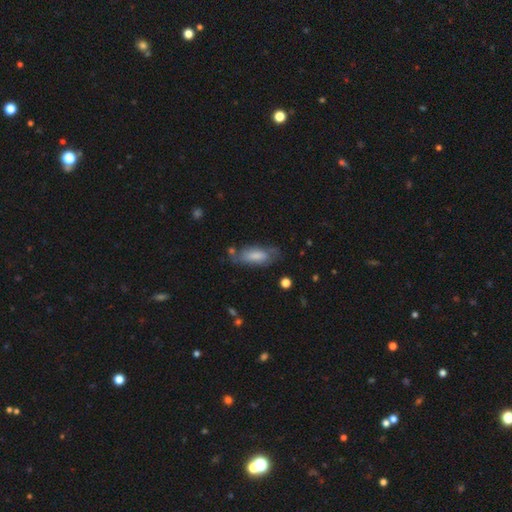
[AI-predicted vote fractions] Morphology: type=smooth (66%); roundness=in between (74%); merging=none (59%).